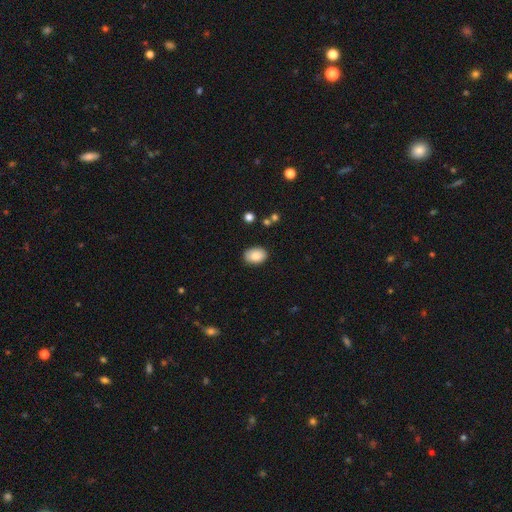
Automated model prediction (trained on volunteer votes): Q: Smooth or featured?
A: smooth (85%); runner-up: star or artifact (7%)
Q: How rounded?
A: in between (83%); runner-up: round (16%)
Q: Merging?
A: none (87%); runner-up: minor disturbance (9%)